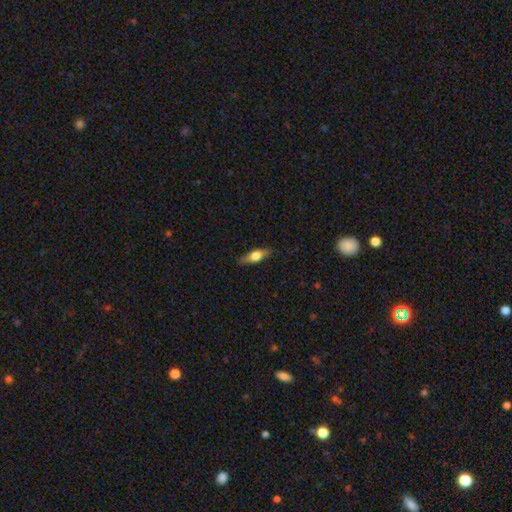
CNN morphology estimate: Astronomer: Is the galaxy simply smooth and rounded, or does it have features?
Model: smooth — 56% (runner-up: featured or disk, 37%).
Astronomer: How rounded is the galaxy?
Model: in between — 53% (runner-up: cigar-shaped, 44%).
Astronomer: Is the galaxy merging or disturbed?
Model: none — 83%.